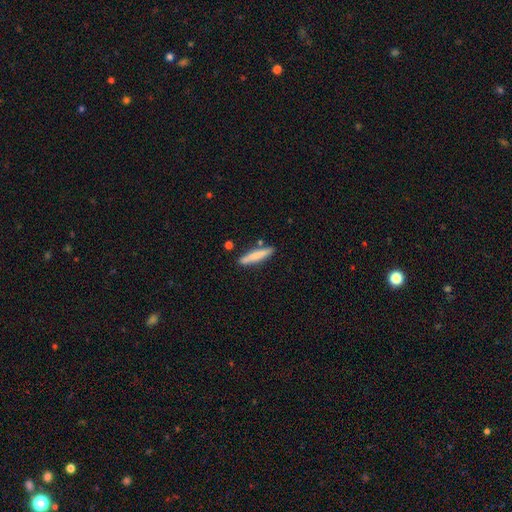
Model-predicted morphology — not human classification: type=smooth (73%); roundness=cigar-shaped (88%); merging=none (81%).